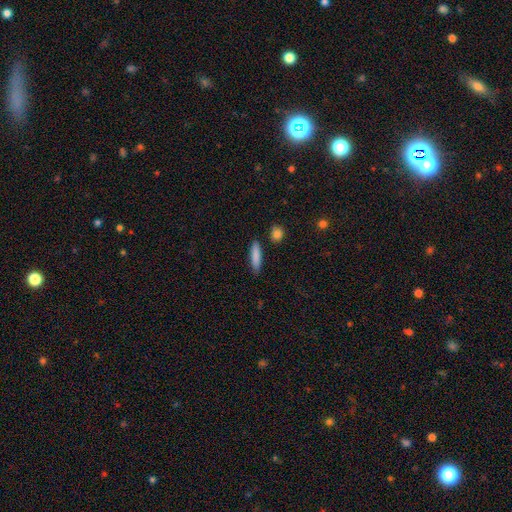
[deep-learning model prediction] Smooth or featured? Predicted: smooth (p=0.85). How rounded? Predicted: cigar-shaped (p=0.78). Merging? Predicted: none (p=0.88).